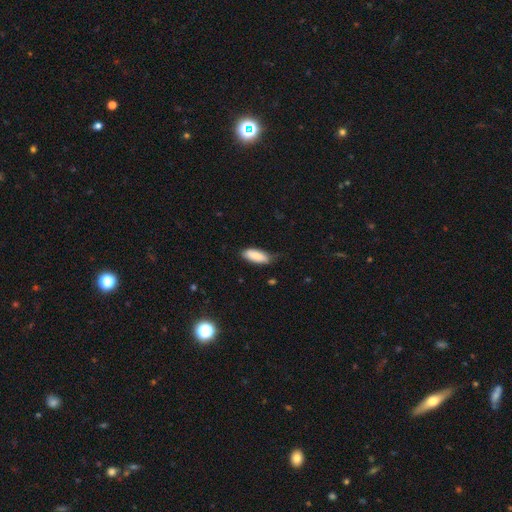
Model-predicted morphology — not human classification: This appears to be a smooth galaxy with no disk features (87%) that is in between round and cigar-shaped (78%). Merging: none (63%).